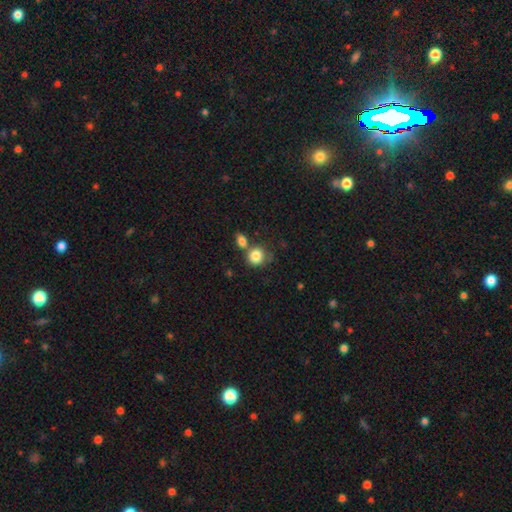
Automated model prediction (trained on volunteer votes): Morphology: type=smooth (84%); roundness=round (80%); merging=none (51%).